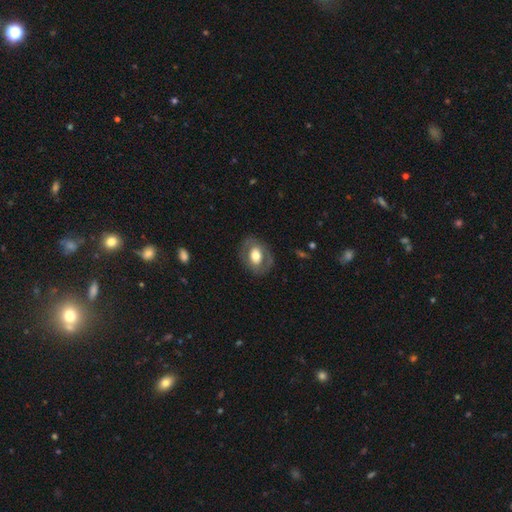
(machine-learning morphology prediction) Smooth or featured?
  - smooth: 52% *
  - featured or disk: 42%
  - star or artifact: 7%
How rounded?
  - in between: 69% *
  - round: 30%
  - cigar-shaped: 1%
Merging?
  - none: 79% *
  - minor disturbance: 13%
  - major disturbance: 7%
  - merger: 1%